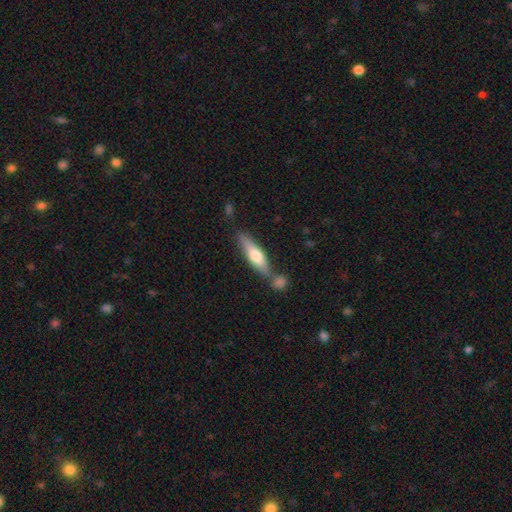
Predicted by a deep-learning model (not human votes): This appears to be a smooth galaxy with no disk features (57%) that is cigar-shaped (70%). Merging: none (58%).